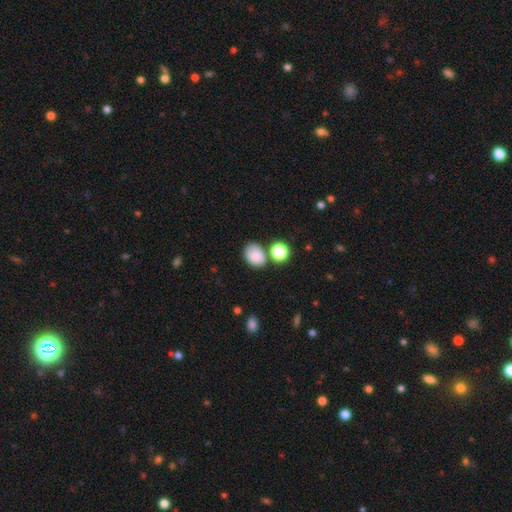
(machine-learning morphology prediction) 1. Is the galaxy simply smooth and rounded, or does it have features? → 84% smooth, 9% star or artifact, 7% featured or disk.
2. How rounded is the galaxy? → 72% in between, 27% round, 1% cigar-shaped.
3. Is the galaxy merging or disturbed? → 65% none, 16% minor disturbance, 14% merger, 5% major disturbance.